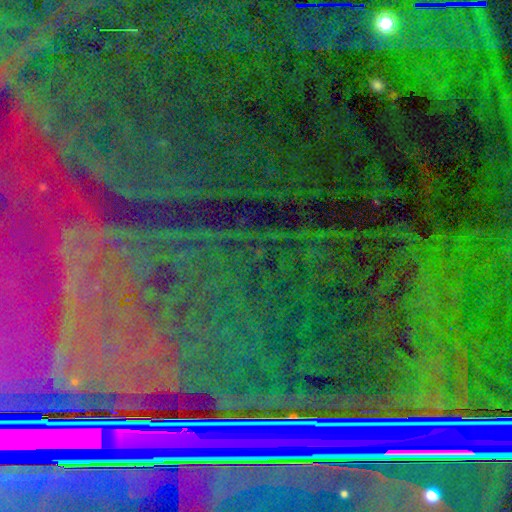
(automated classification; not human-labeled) smooth_or_featured: star or artifact (p=0.88) [alt: featured or disk p=0.06]